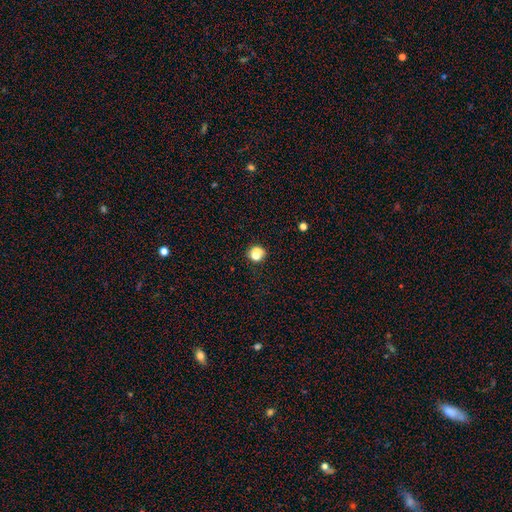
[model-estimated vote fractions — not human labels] smooth_or_featured: smooth (p=0.72) [alt: featured or disk p=0.16]
how_rounded: round (p=0.80) [alt: in between p=0.19]
merging: none (p=0.53) [alt: merger p=0.26]